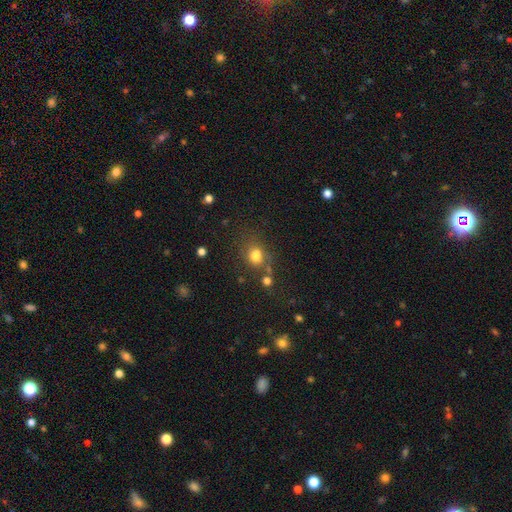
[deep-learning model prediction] A smooth galaxy with no disk features (75%) that is round (58%). Merging: none (54%).